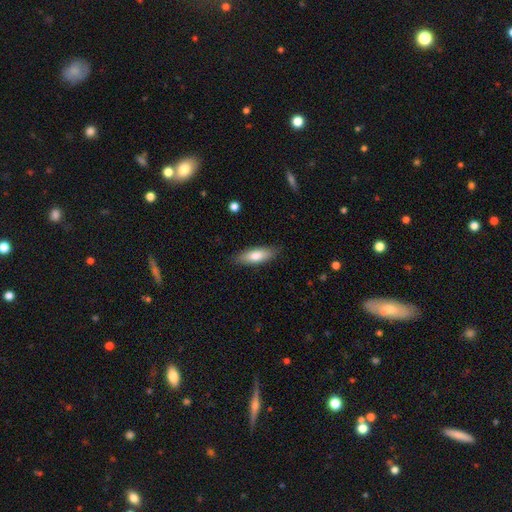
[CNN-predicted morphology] Smooth or featured?
  - smooth: 77% *
  - featured or disk: 17%
  - star or artifact: 6%
How rounded?
  - in between: 58% *
  - cigar-shaped: 40%
  - round: 2%
Merging?
  - none: 86% *
  - minor disturbance: 11%
  - major disturbance: 2%
  - merger: 1%